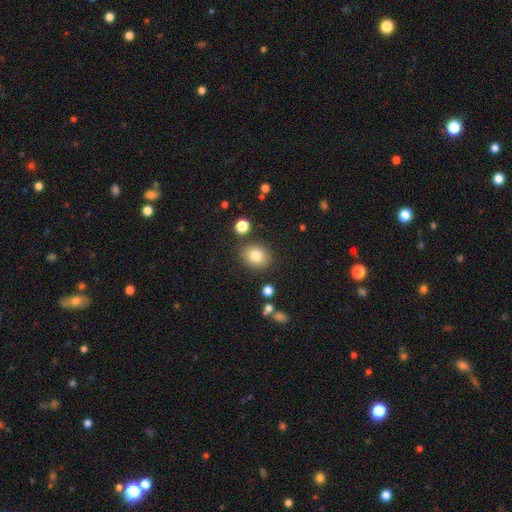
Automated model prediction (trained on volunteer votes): Smooth or featured: smooth — 82% (star or artifact — 10%)
How rounded: round — 54% (in between — 45%)
Merging: none — 84% (minor disturbance — 9%)